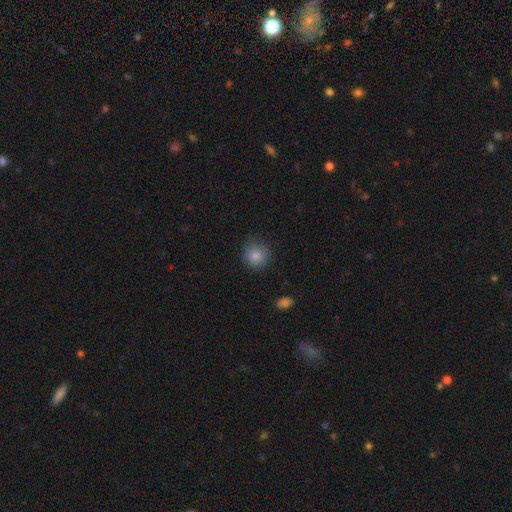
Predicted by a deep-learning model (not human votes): Morphology: type=smooth (85%); roundness=round (89%); merging=none (84%).